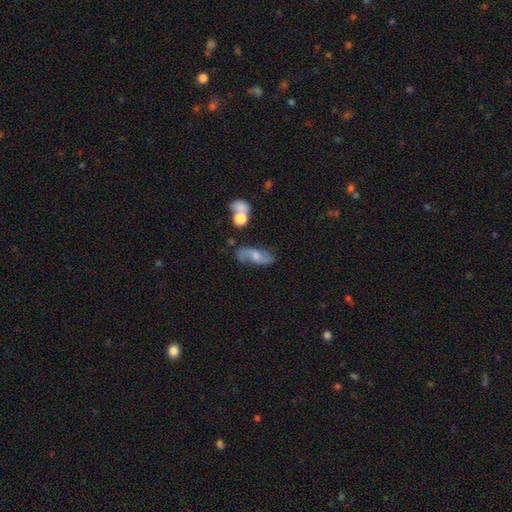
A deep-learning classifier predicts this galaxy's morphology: This appears to be a featured or disk galaxy (70%) with no bar (52%), 2 (90%) loose (65%) spiral arms (92%) and a moderate central bulge (46%). Merging: none (69%).